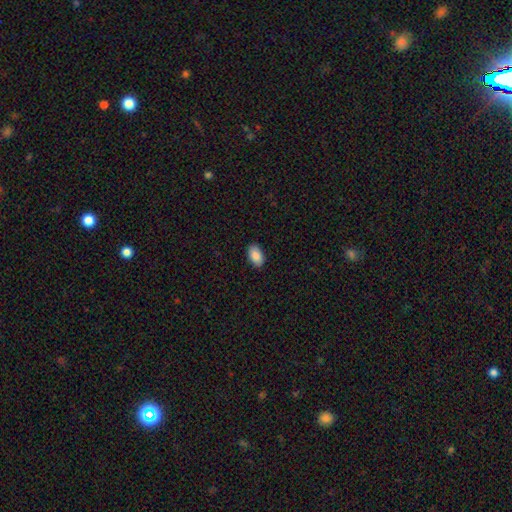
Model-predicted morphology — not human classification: Smooth or featured?
  - smooth: 88% *
  - star or artifact: 7%
  - featured or disk: 5%
How rounded?
  - in between: 94% *
  - round: 5%
  - cigar-shaped: 1%
Merging?
  - none: 89% *
  - minor disturbance: 8%
  - major disturbance: 2%
  - merger: 1%